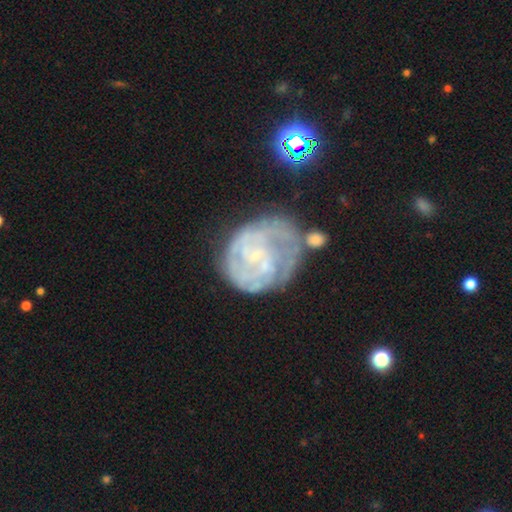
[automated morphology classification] This appears to be a featured or disk galaxy (76%) with no bar (67%), tight (64%) spiral arms (76%) and a small central bulge (64%). Merging: none (42%).